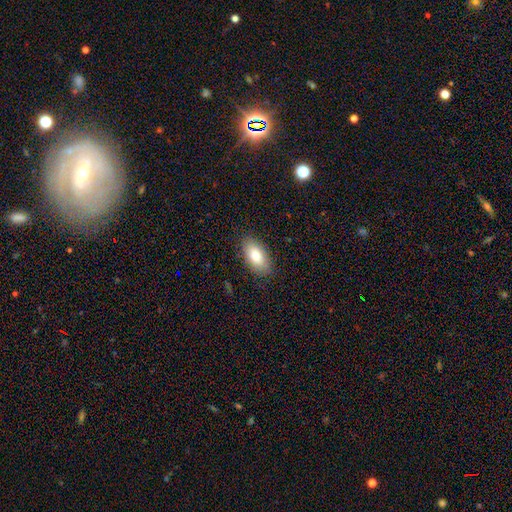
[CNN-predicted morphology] Overall: smooth (79%). How rounded: in between (93%). Merging: none (87%).